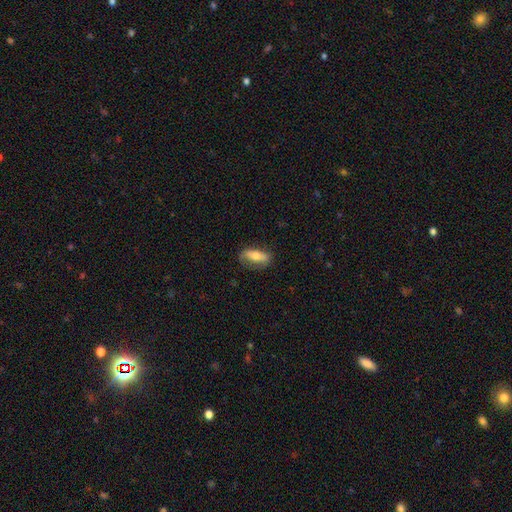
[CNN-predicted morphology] A smooth galaxy with no disk features (60%) that is in between round and cigar-shaped (73%). Merging: none (71%).